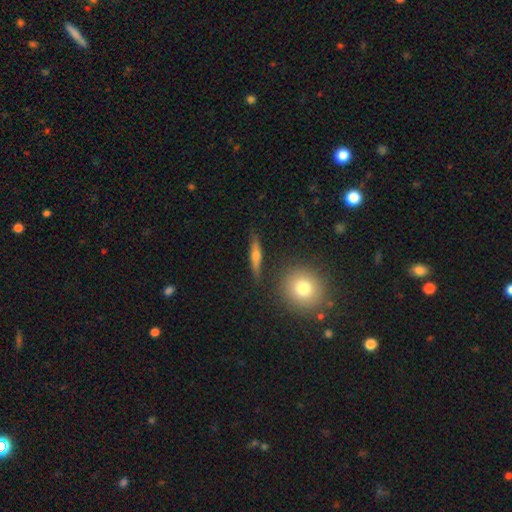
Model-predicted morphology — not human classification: smooth-or-featured: featured or disk: 51% | smooth: 40% | star or artifact: 9%
  disk-edge-on: yes: 90% | no: 10%
  merging: none: 82% | minor disturbance: 11% | merger: 3% | major disturbance: 3%